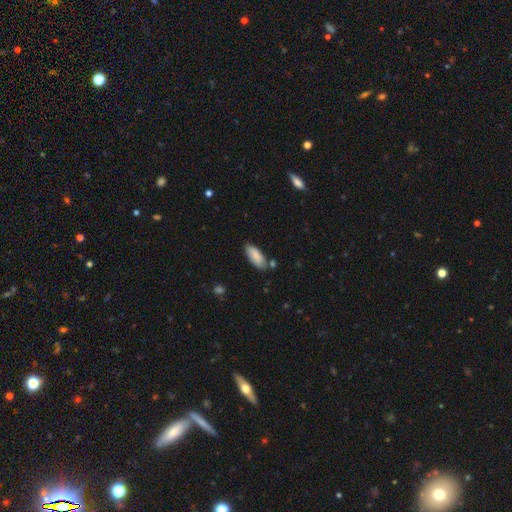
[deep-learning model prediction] Morphology: type=smooth (86%); roundness=in between (81%); merging=none (73%).